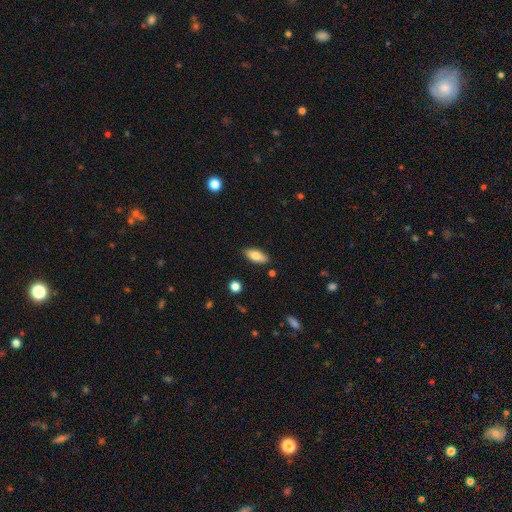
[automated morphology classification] smooth 78%, featured or disk 16%, star or artifact 7%. Down the decision tree: how rounded — in between (84%); merging — none (87%).